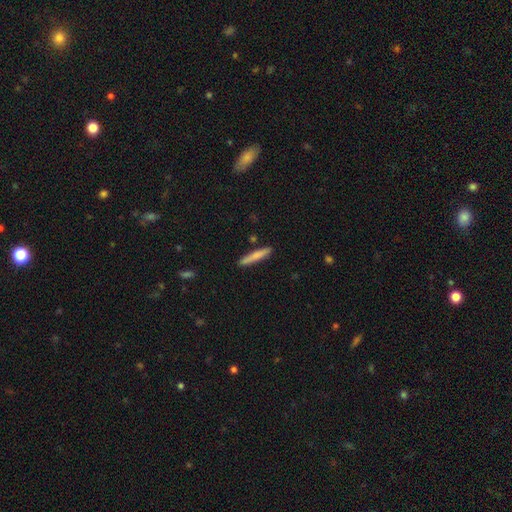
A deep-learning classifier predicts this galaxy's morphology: smooth_or_featured: smooth (p=0.74) [alt: featured or disk p=0.21]
how_rounded: cigar-shaped (p=0.94) [alt: in between p=0.05]
merging: none (p=0.88) [alt: minor disturbance p=0.09]